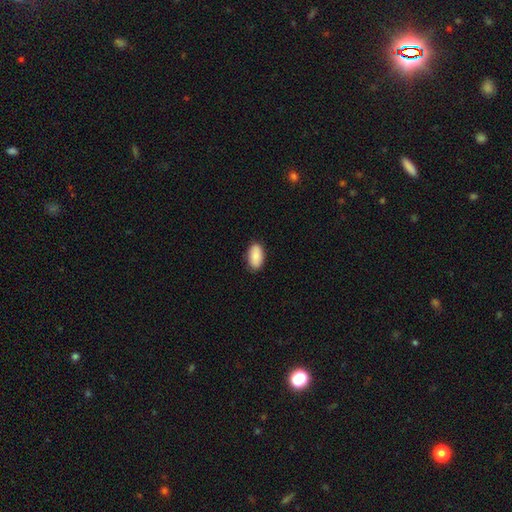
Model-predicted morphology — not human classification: smooth-or-featured: smooth: 88% | star or artifact: 6% | featured or disk: 5%
  how-rounded: in between: 94% | round: 4% | cigar-shaped: 2%
  merging: none: 87% | minor disturbance: 10% | major disturbance: 2% | merger: 1%